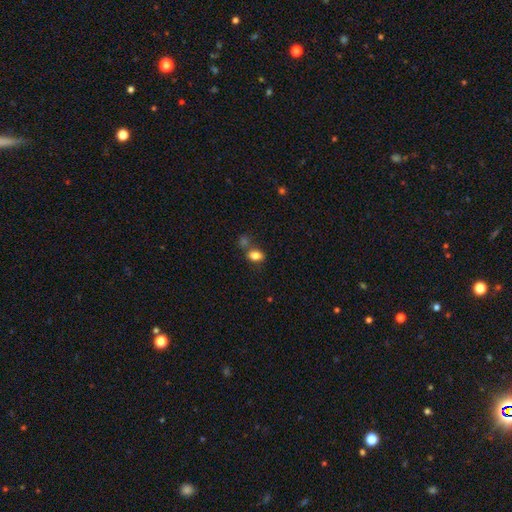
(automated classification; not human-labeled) Morphology: type=smooth (82%); roundness=in between (77%); merging=none (58%).